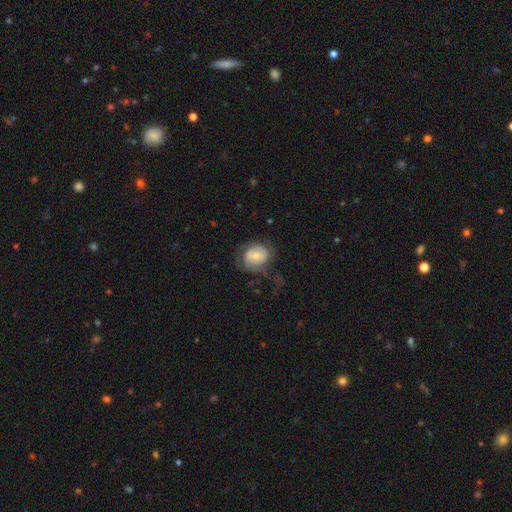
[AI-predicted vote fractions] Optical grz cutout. It shows a featured or disk galaxy (49%). Merging: none (46%).